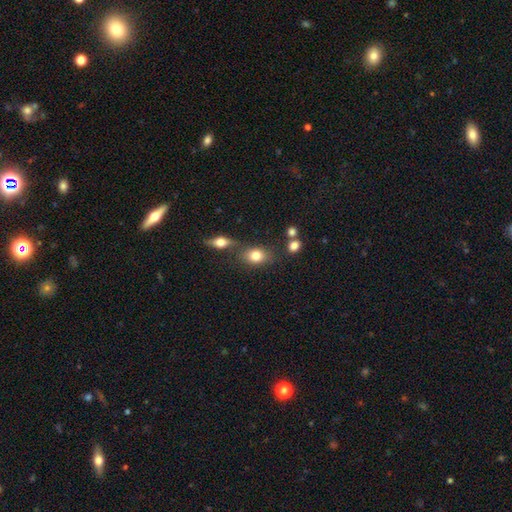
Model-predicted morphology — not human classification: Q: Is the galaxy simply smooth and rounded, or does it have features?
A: smooth — 78%.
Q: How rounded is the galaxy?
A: in between — 61%.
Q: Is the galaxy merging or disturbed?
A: none — 60%.